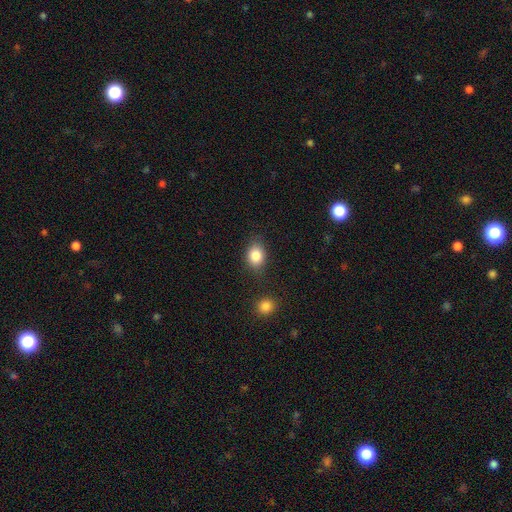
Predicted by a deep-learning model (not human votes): Overall: smooth (84%). How rounded: in between (61%; round 38%). Merging: none (77%).